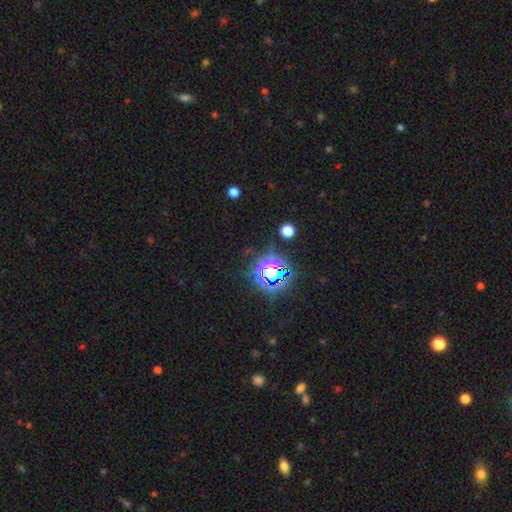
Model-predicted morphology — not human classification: Q: Smooth or featured?
A: star or artifact (79%); runner-up: smooth (14%)